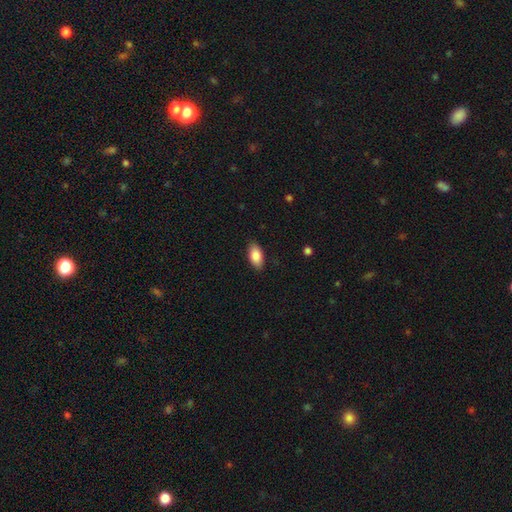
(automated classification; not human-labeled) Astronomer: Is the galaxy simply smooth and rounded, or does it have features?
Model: smooth — 87%.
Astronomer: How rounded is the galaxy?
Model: in between — 92%.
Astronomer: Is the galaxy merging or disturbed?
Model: none — 87%.